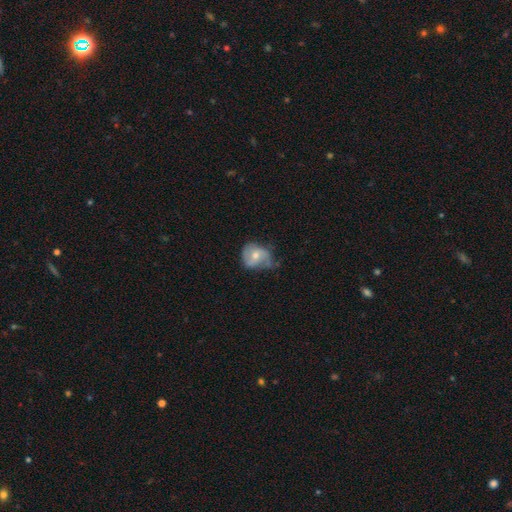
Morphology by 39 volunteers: Overall: smooth (49%, tied with featured or disk). How rounded: round (58%; in between 37%). Merging: none (50%; minor disturbance 29%).